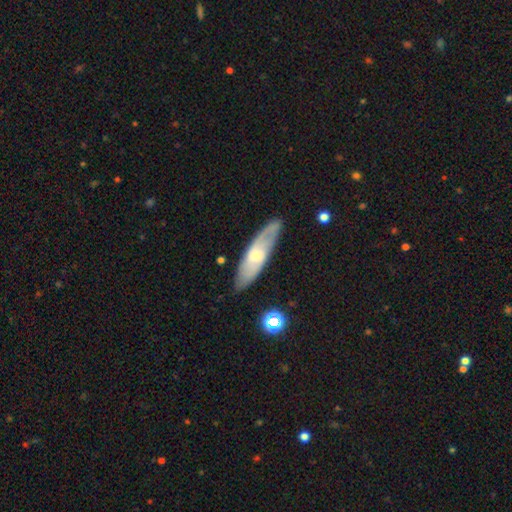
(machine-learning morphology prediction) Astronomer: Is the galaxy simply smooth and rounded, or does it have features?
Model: featured or disk — 49% (runner-up: smooth, 44%).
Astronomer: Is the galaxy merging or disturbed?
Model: none — 82%.